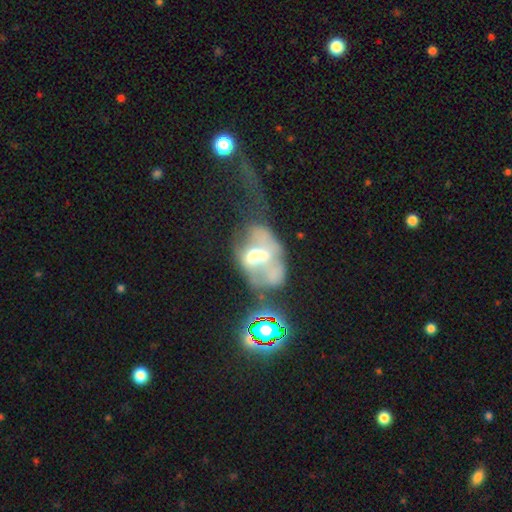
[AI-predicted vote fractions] This is possibly a featured or disk galaxy (52%). It is clearly not viewed edge-on (95%). Merging: possibly merger (45%).